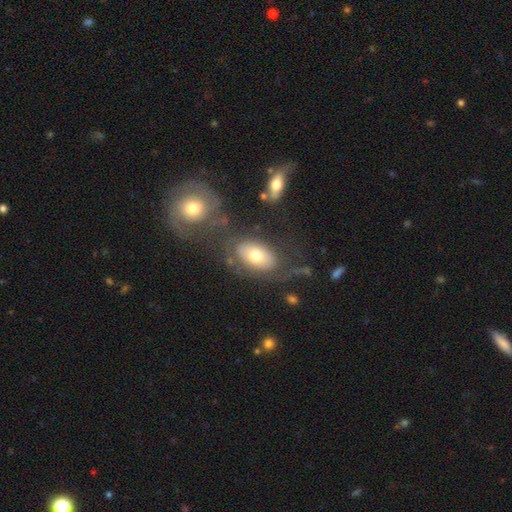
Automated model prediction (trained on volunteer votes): A smooth galaxy with no disk features (58%) that is in between round and cigar-shaped (88%).

Vote fractions:
- Smooth or featured? smooth: 58% / featured or disk: 34% / star or artifact: 8%
- How rounded? in between: 88% / round: 10% / cigar-shaped: 2%
- Merging? none: 57% / minor disturbance: 18% / major disturbance: 16% / merger: 9%